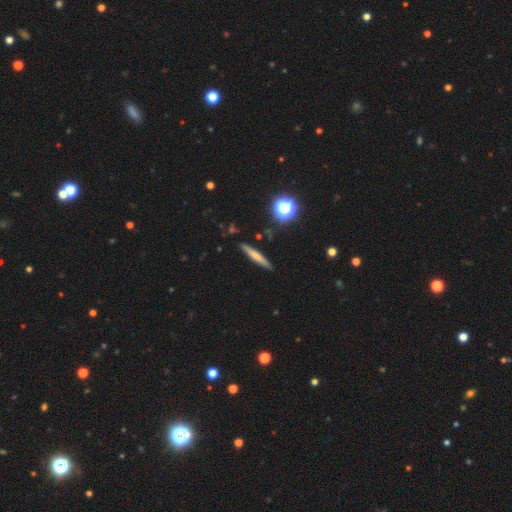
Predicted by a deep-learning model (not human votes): Smooth or featured? Predicted: smooth (p=0.56). How rounded? Predicted: cigar-shaped (p=0.90). Merging? Predicted: none (p=0.89).